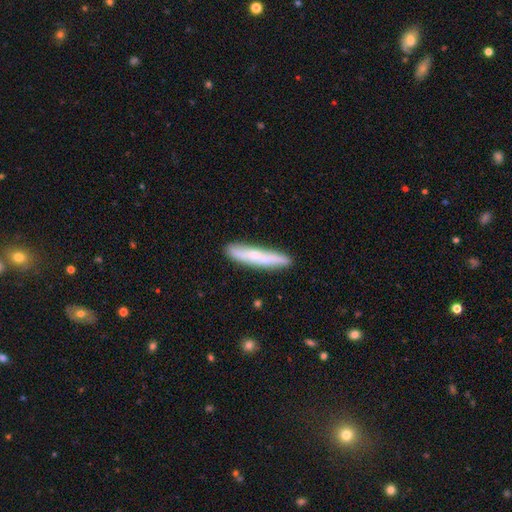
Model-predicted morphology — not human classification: Overall: smooth (48%; featured or disk 46%). Merging: none (85%).